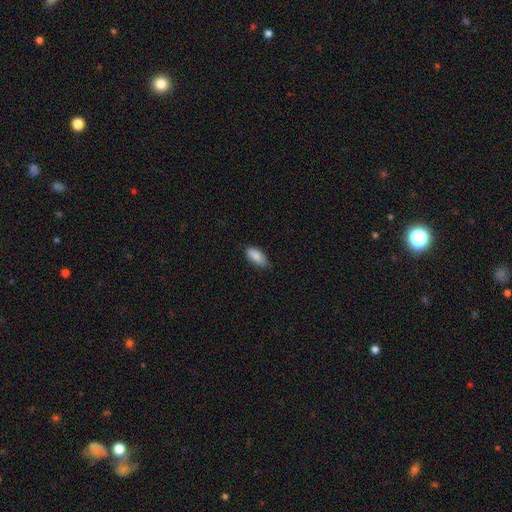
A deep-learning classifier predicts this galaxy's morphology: smooth_or_featured: smooth (p=0.85) [alt: featured or disk p=0.08]
how_rounded: in between (p=0.89) [alt: cigar-shaped p=0.08]
merging: none (p=0.78) [alt: minor disturbance p=0.19]